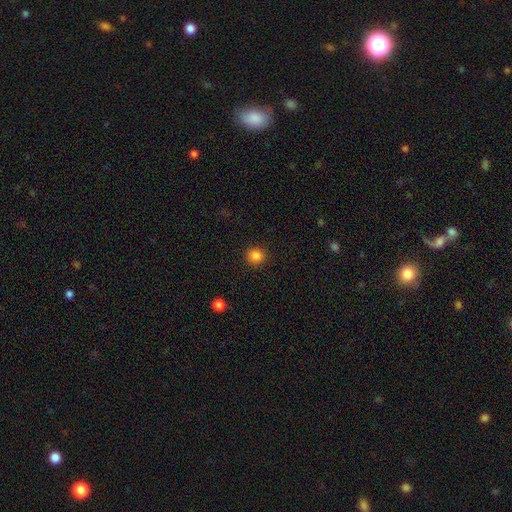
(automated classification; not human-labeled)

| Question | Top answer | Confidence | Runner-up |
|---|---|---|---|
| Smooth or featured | smooth | 85% | star or artifact (11%) |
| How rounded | round | 90% | in between (10%) |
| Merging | none | 91% | minor disturbance (6%) |